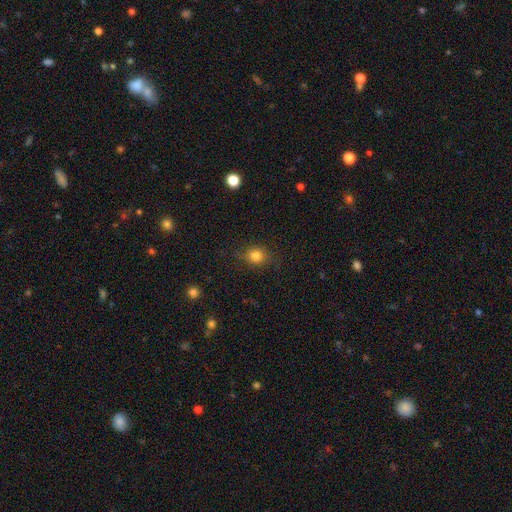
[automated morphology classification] Smooth or featured? Predicted: smooth (p=0.81). How rounded? Predicted: round (p=0.68). Merging? Predicted: none (p=0.81).